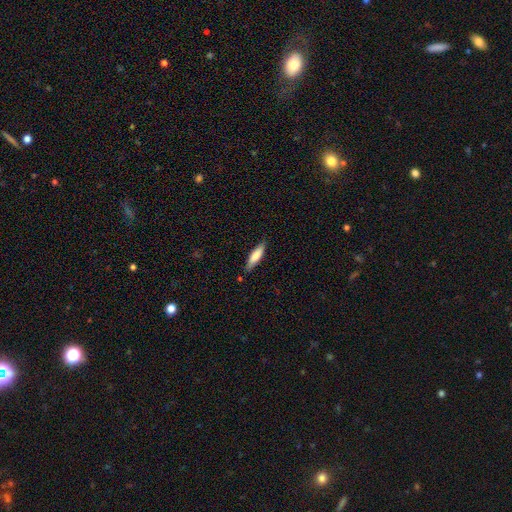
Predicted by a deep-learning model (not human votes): Morphology: type=smooth (75%); roundness=cigar-shaped (65%); merging=none (85%).